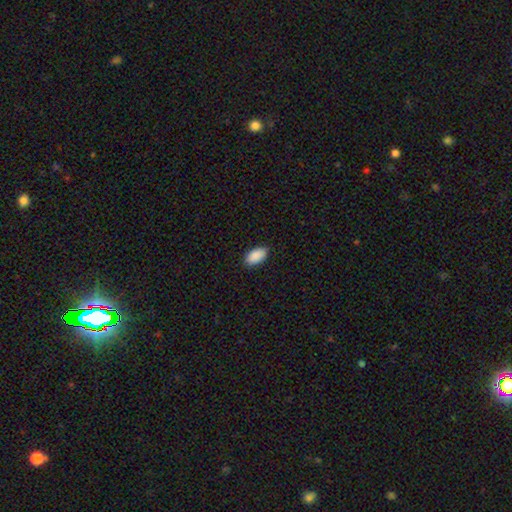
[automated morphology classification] A smooth galaxy with no disk features (91%) that is in between round and cigar-shaped (95%).

Vote fractions:
- Smooth or featured? smooth: 91% / star or artifact: 6% / featured or disk: 3%
- How rounded? in between: 95% / round: 3% / cigar-shaped: 2%
- Merging? none: 86% / minor disturbance: 11% / major disturbance: 2% / merger: 1%